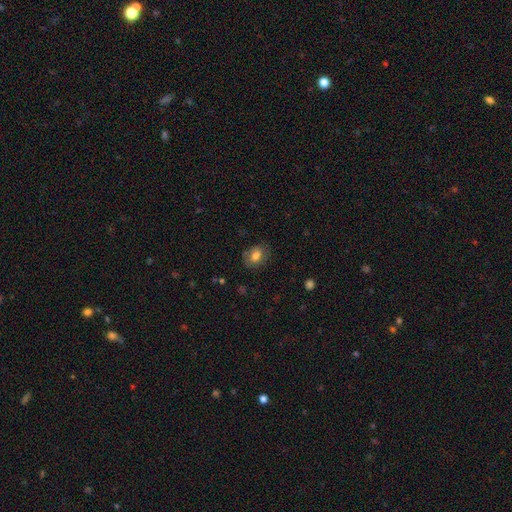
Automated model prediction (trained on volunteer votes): This appears to be a smooth galaxy with no disk features (72%) that is in between round and cigar-shaped (68%). Merging: none (76%).